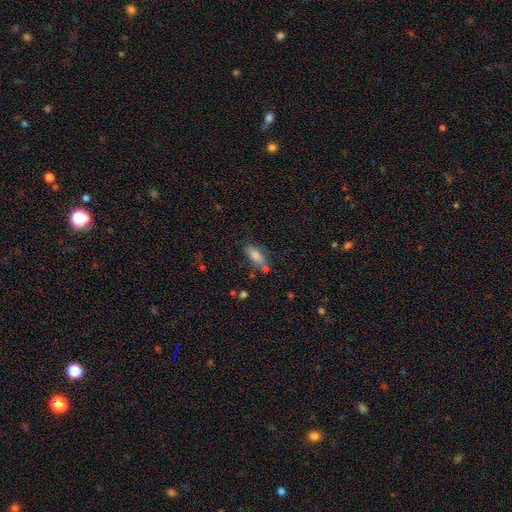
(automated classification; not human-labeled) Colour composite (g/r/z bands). It shows a smooth galaxy with no disk features (79%) that is in between round and cigar-shaped (68%). Merging: none (60%).